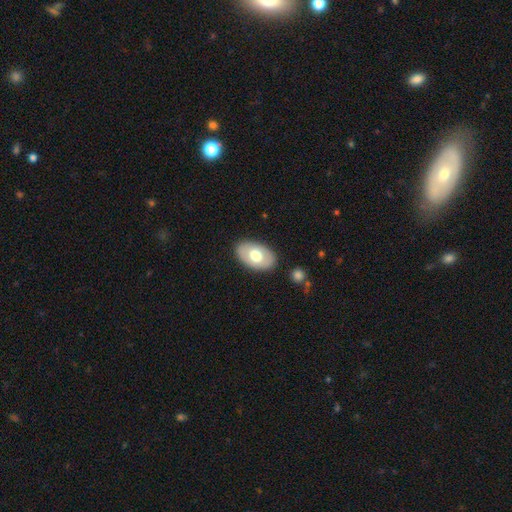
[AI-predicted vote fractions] Smooth or featured? Predicted: smooth (p=0.61). How rounded? Predicted: in between (p=0.91). Merging? Predicted: none (p=0.85).